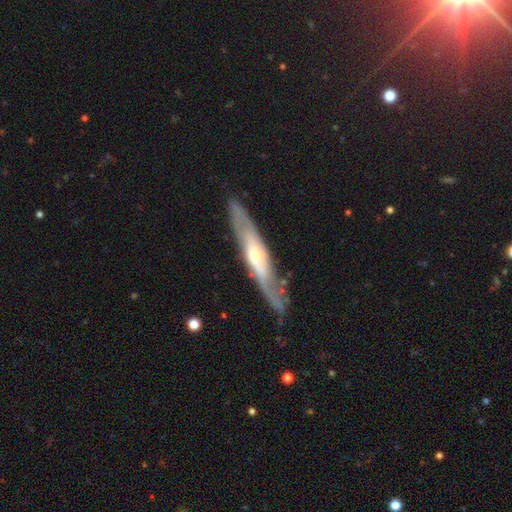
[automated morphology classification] The model was most divided on "edge-on disk": yes: 58%, no: 42%. More confident: merging — none (70%); smooth or featured — featured or disk (68%).